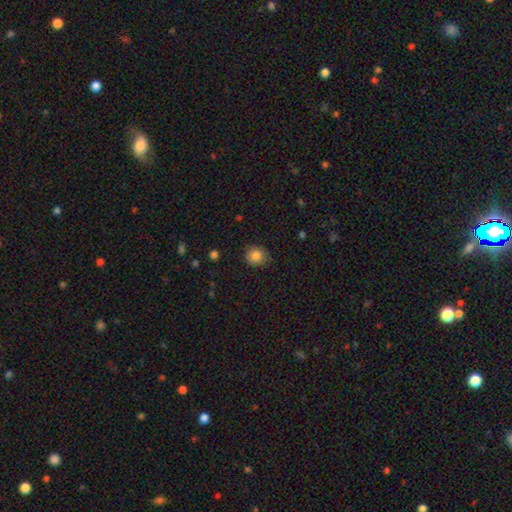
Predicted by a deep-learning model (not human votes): smooth 85%, star or artifact 10%, featured or disk 5%. Down the decision tree: how rounded — round (84%); merging — none (84%).